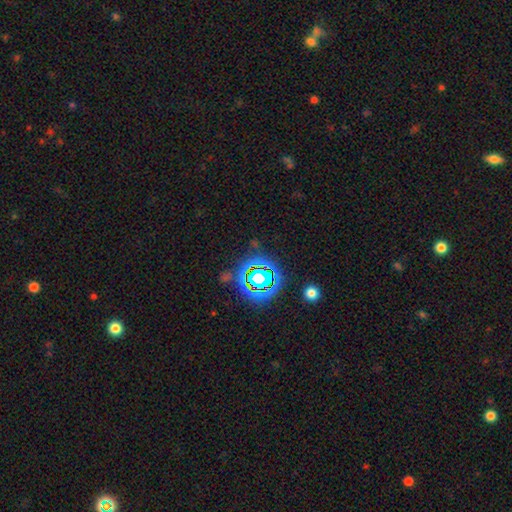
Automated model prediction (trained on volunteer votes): This is likely a star or artifact rather than a galaxy (75%).